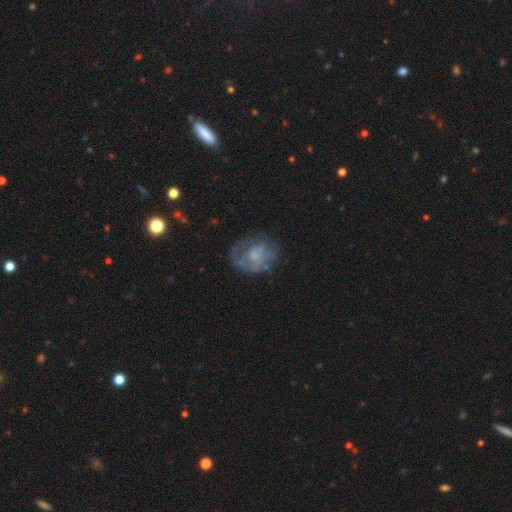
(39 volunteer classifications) Smooth or featured?
  - featured or disk: 62% *
  - smooth: 28%
  - star or artifact: 10%
Edge-on disk?
  - no: 100% *
  - yes: 0%
Bar?
  - no: 88% *
  - weak: 12%
  - strong: 0%
Spiral arms?
  - no: 79% *
  - yes: 21%
Bulge size?
  - moderate: 42% *
  - none: 38%
  - small: 21%
  - dominant: 0%
  - large: 0%
Merging?
  - none: 46% *
  - minor disturbance: 26%
  - major disturbance: 26%
  - merger: 3%